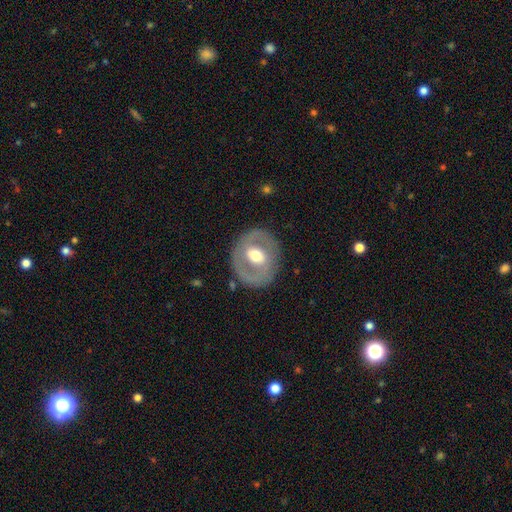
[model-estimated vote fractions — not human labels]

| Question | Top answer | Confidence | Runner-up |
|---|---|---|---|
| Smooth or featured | featured or disk | 60% | smooth (35%) |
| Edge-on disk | no | 94% | yes (6%) |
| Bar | weak | 40% | no (39%) |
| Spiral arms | no | 67% | yes (33%) |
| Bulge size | moderate | 69% | large (19%) |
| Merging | none | 82% | minor disturbance (11%) |